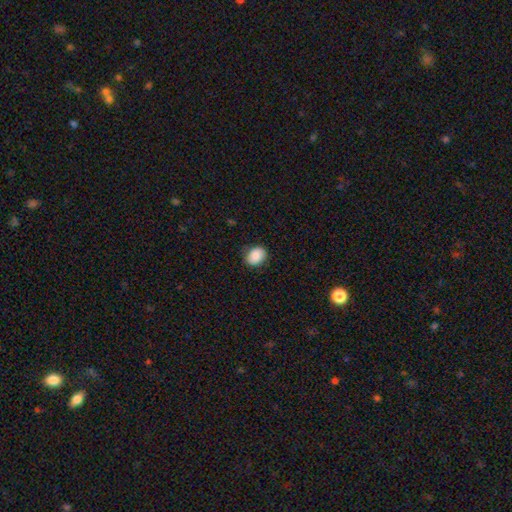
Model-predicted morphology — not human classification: A smooth galaxy with no disk features (82%) that is in between round and cigar-shaped (50%). Merging: none (80%).